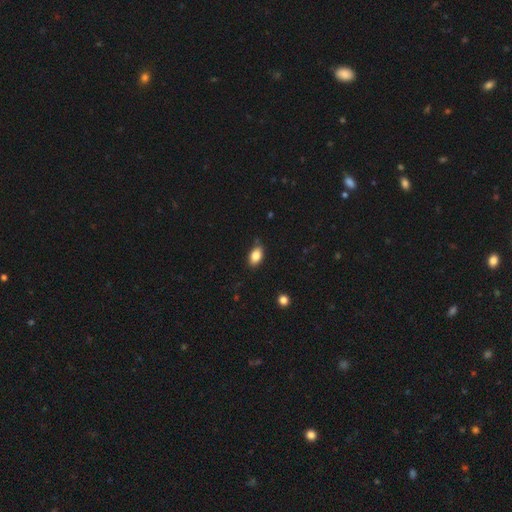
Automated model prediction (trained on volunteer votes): Q: Smooth or featured?
A: smooth (84%); runner-up: star or artifact (8%)
Q: How rounded?
A: in between (89%); runner-up: round (8%)
Q: Merging?
A: none (76%); runner-up: minor disturbance (19%)